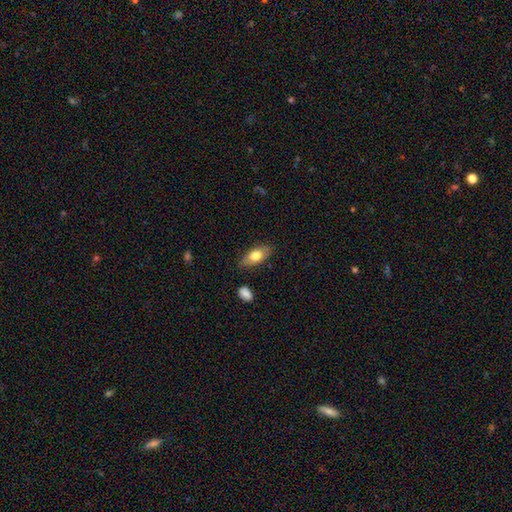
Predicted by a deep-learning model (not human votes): Smooth or featured?
  - smooth: 73% *
  - featured or disk: 21%
  - star or artifact: 6%
How rounded?
  - in between: 86% *
  - cigar-shaped: 10%
  - round: 4%
Merging?
  - none: 82% *
  - minor disturbance: 13%
  - major disturbance: 3%
  - merger: 2%